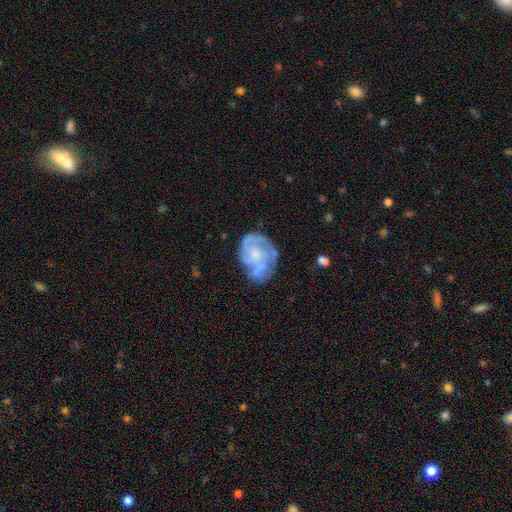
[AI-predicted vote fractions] A featured or disk galaxy (77%) with no bar (73%), 2 (29%) tight (54%) spiral arms (87%) and a small central bulge (40%). Merging: none (61%).